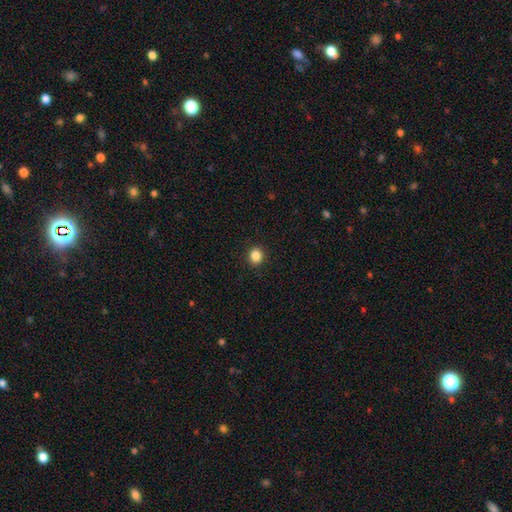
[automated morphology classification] Smooth or featured? Predicted: smooth (p=0.86). How rounded? Predicted: round (p=0.79). Merging? Predicted: none (p=0.91).